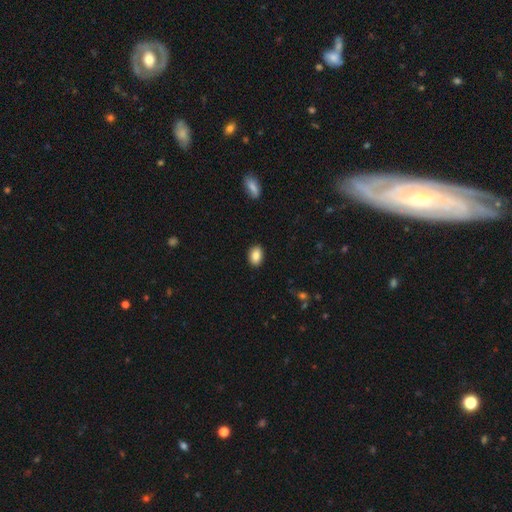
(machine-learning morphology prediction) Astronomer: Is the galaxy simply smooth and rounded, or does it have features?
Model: smooth — 86%.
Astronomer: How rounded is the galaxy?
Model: in between — 85%.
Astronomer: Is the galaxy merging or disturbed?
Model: none — 90%.